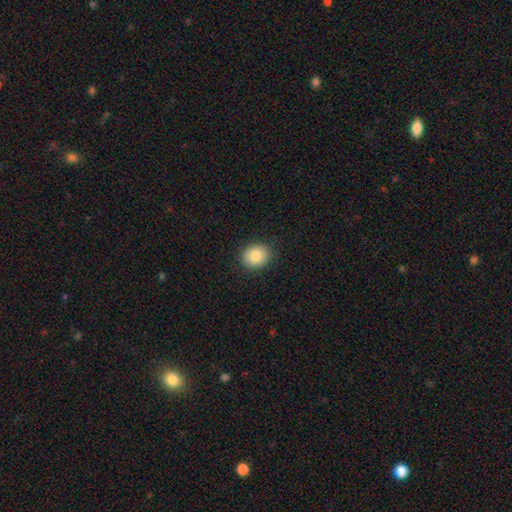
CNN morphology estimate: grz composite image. It shows a smooth galaxy with no disk features (82%) that is round (55%). Merging: none (89%).